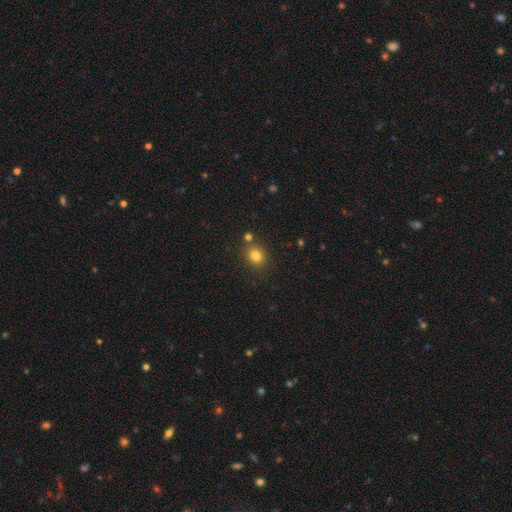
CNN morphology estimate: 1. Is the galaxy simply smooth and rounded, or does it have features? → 80% smooth, 13% star or artifact, 6% featured or disk.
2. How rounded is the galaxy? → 69% round, 30% in between, 1% cigar-shaped.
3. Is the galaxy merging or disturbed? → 78% none, 10% merger, 9% minor disturbance, 3% major disturbance.